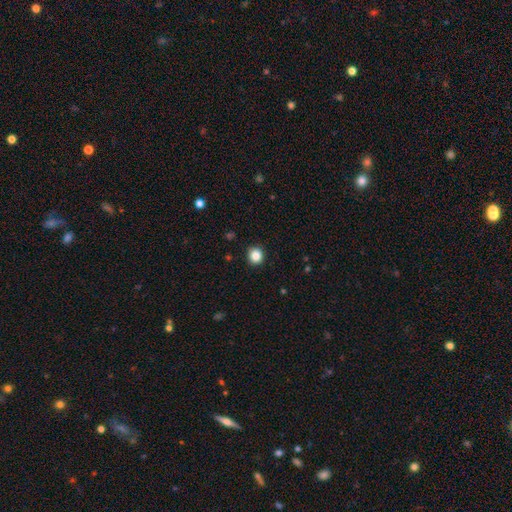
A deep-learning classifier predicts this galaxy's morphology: The model was most divided on "smooth or featured": smooth: 86%, star or artifact: 11%, featured or disk: 4%. More confident: merging — none (91%); how rounded — round (88%).